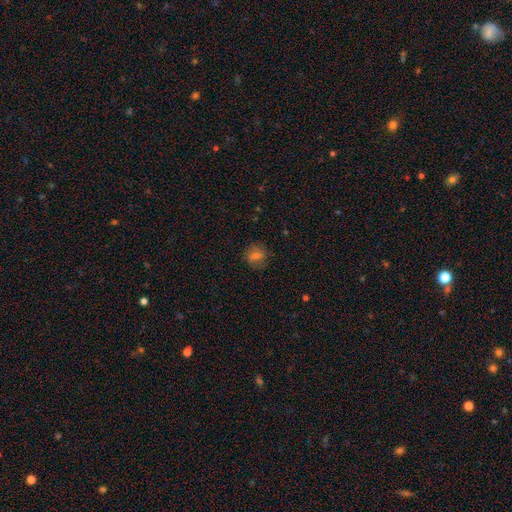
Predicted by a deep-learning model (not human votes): This appears to be a smooth galaxy with no disk features (61%) that is round (71%). Merging: none (82%).